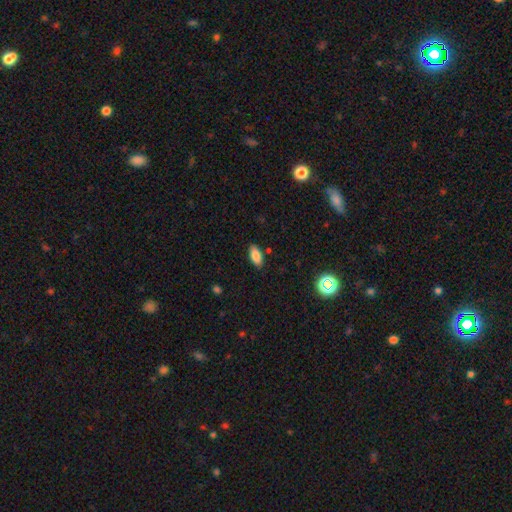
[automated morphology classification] A smooth galaxy with no disk features (85%) that is in between round and cigar-shaped (89%). Merging: none (86%).